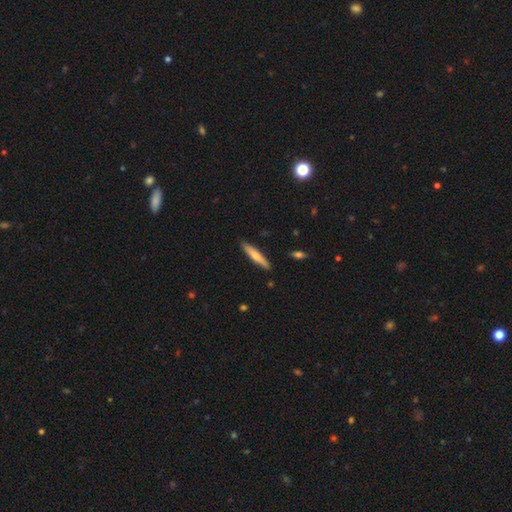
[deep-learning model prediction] Smooth or featured? Predicted: smooth (p=0.61). How rounded? Predicted: cigar-shaped (p=0.90). Merging? Predicted: none (p=0.89).